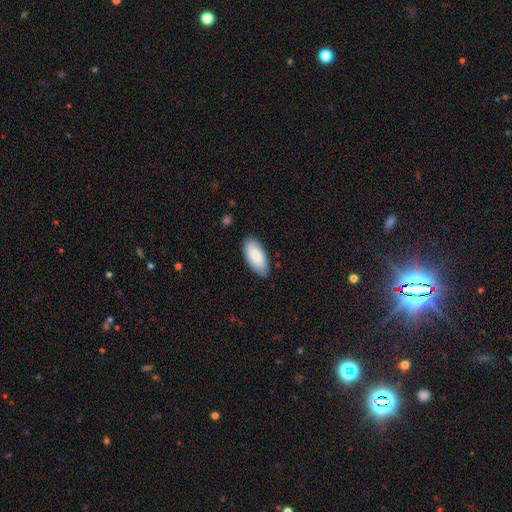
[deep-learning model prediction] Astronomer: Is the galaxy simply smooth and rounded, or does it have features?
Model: smooth — 85%.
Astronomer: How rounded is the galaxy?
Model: in between — 90%.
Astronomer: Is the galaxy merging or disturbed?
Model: none — 84%.